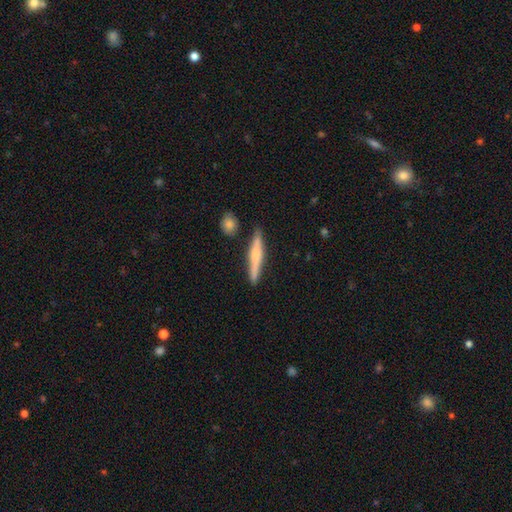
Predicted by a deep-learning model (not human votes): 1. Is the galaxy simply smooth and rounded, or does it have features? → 49% smooth, 45% featured or disk, 6% star or artifact.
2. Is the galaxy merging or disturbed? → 84% none, 10% minor disturbance, 3% merger, 2% major disturbance.